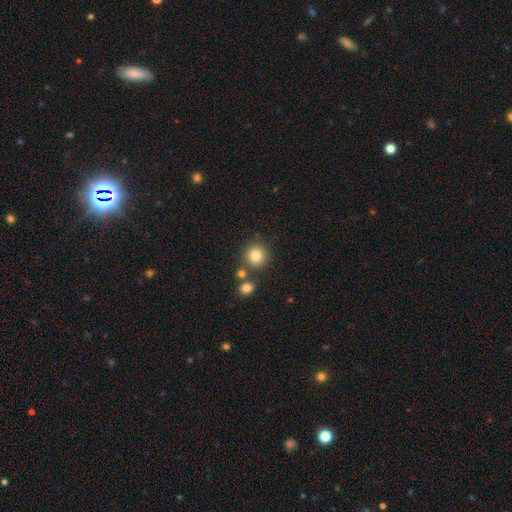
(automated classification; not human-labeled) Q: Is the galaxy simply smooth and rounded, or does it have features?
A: smooth — 82%.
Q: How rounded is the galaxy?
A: round — 92%.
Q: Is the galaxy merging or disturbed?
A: none — 78%.